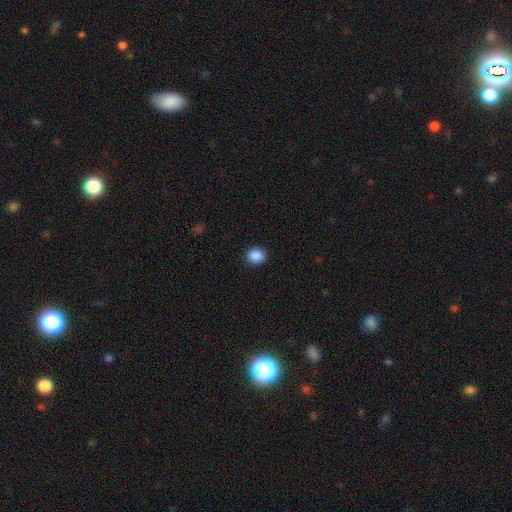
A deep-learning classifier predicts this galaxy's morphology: A smooth galaxy with no disk features (89%) that is round (82%). Merging: none (91%).